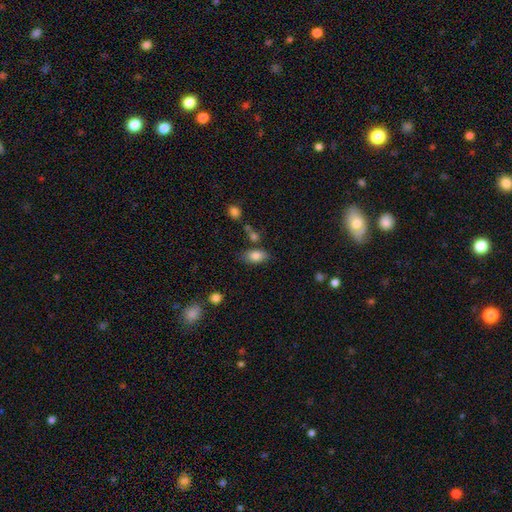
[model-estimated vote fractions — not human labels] Q: Smooth or featured?
A: smooth (83%); runner-up: featured or disk (9%)
Q: How rounded?
A: in between (90%); runner-up: round (7%)
Q: Merging?
A: none (71%); runner-up: minor disturbance (17%)